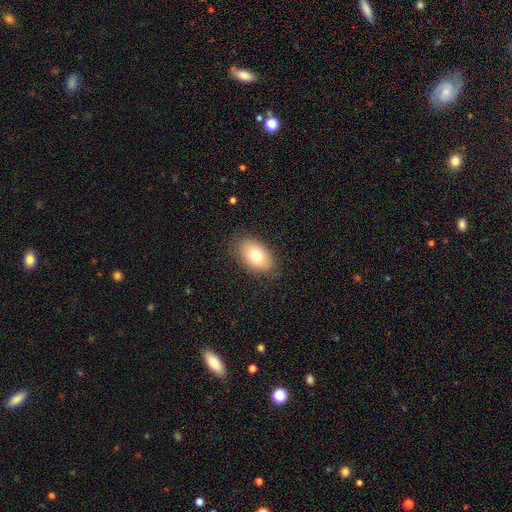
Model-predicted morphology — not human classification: This appears to be a smooth galaxy with no disk features (75%) that is in between round and cigar-shaped (88%). Merging: none (82%).